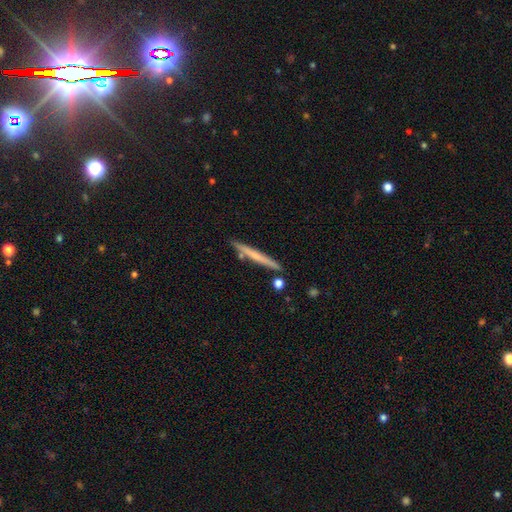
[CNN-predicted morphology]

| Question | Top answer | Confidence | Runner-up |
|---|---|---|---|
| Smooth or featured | smooth | 51% | featured or disk (43%) |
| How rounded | cigar-shaped | 96% | in between (2%) |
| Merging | none | 85% | minor disturbance (9%) |